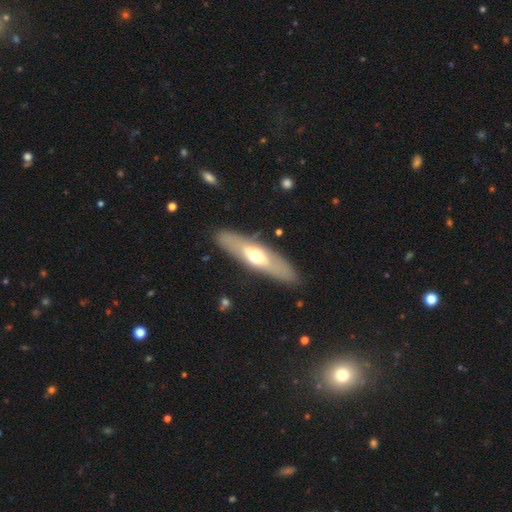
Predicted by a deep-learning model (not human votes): Morphology: type=featured or disk (49%); merging=none (85%).